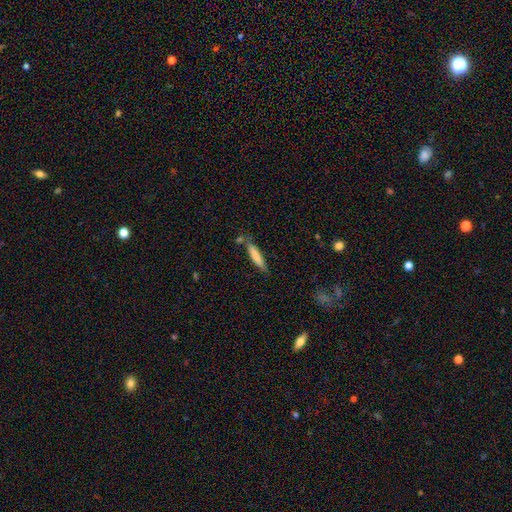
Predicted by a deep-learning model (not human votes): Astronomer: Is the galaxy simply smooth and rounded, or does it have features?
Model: smooth — 76%.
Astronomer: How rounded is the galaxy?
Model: cigar-shaped — 89%.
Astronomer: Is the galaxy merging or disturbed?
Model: none — 72%.